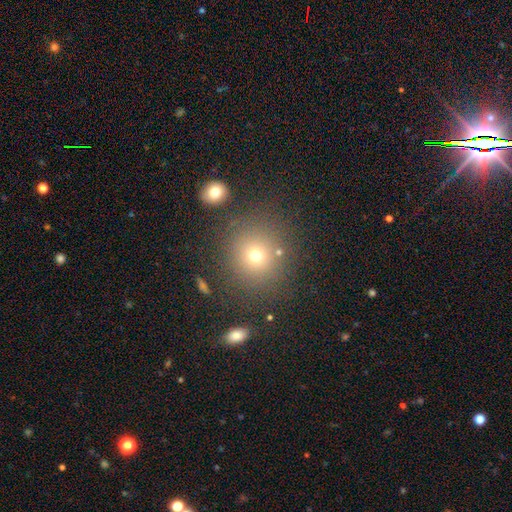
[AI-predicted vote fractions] Overall: smooth (69%). How rounded: round (90%). Merging: none (83%).